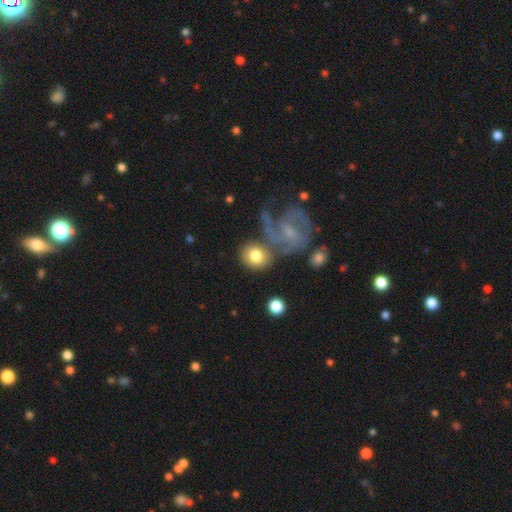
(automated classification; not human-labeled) smooth_or_featured: smooth (p=0.75) [alt: featured or disk p=0.19]
how_rounded: round (p=0.73) [alt: in between p=0.25]
merging: none (p=0.59) [alt: merger p=0.19]